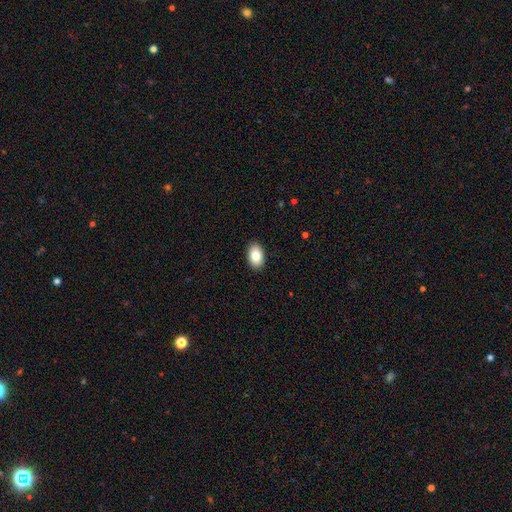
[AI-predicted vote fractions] Smooth or featured? Predicted: smooth (p=0.83). How rounded? Predicted: in between (p=0.91). Merging? Predicted: none (p=0.90).